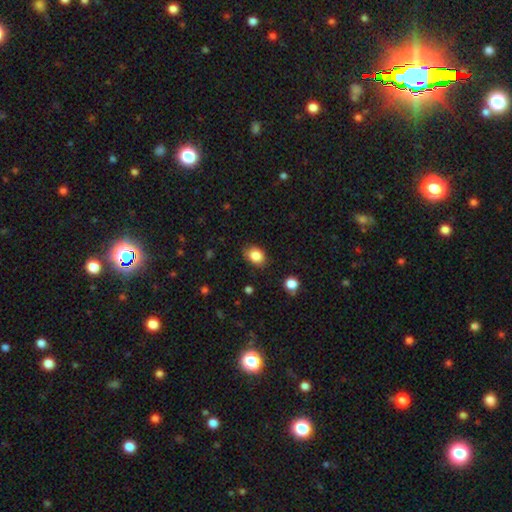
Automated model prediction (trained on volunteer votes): Smooth or featured? Predicted: smooth (p=0.85). How rounded? Predicted: in between (p=0.61). Merging? Predicted: none (p=0.82).